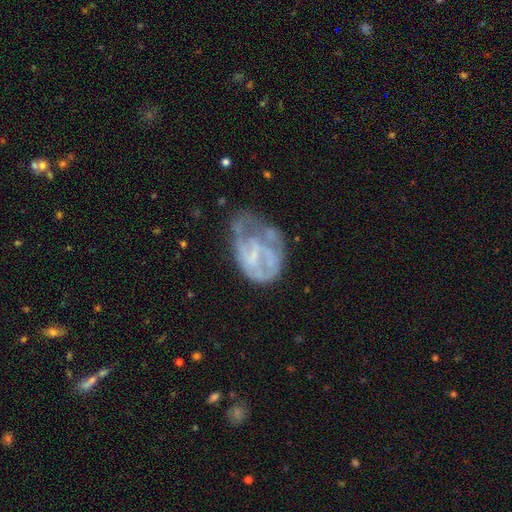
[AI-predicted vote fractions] Smooth or featured?
  - featured or disk: 65% *
  - smooth: 26%
  - star or artifact: 9%
Edge-on disk?
  - no: 98% *
  - yes: 2%
Bar?
  - no: 59% *
  - weak: 31%
  - strong: 10%
Spiral arms?
  - no: 60% *
  - yes: 40%
Bulge size?
  - none: 55% *
  - small: 29%
  - moderate: 13%
  - large: 2%
  - dominant: 1%
Merging?
  - major disturbance: 39% *
  - minor disturbance: 29%
  - none: 26%
  - merger: 6%